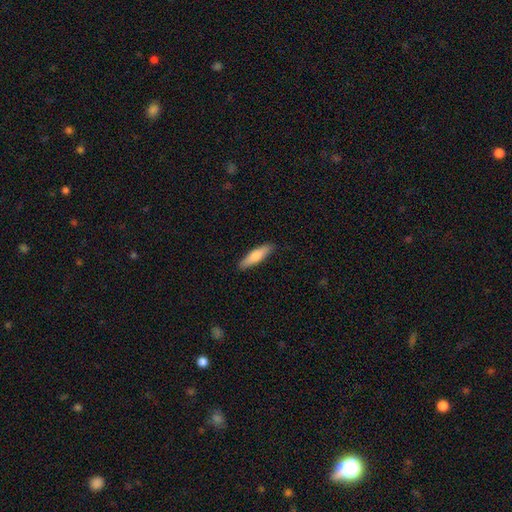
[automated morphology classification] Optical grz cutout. It shows a smooth galaxy with no disk features (76%) that is cigar-shaped (69%). Merging: none (89%).